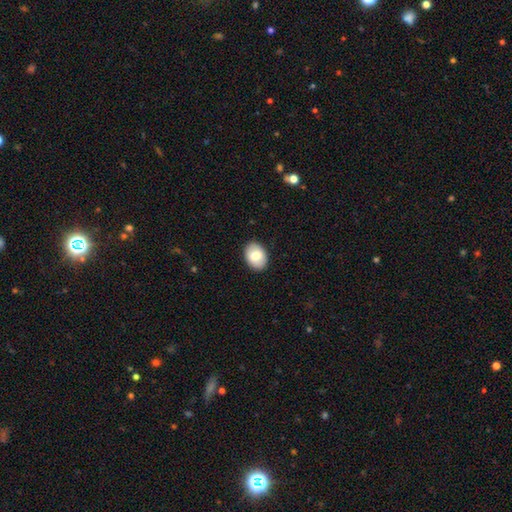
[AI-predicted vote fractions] smooth_or_featured: smooth (p=0.78) [alt: featured or disk p=0.15]
how_rounded: in between (p=0.78) [alt: round p=0.21]
merging: none (p=0.90) [alt: minor disturbance p=0.08]